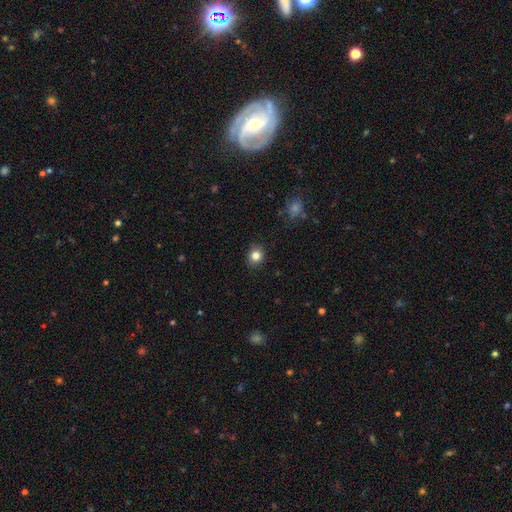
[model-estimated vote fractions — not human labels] This appears to be a smooth galaxy with no disk features (83%) that is round (77%). Merging: none (89%).